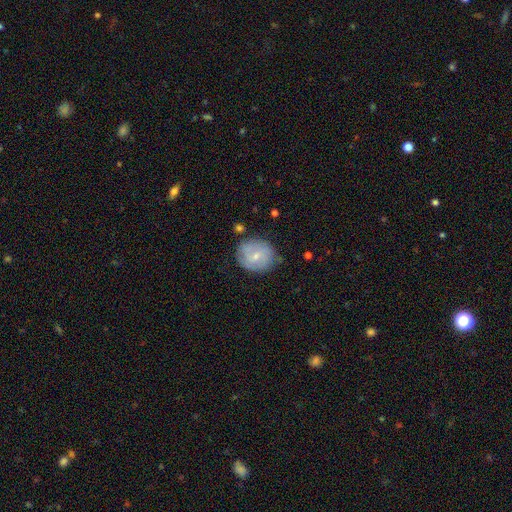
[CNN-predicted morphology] Smooth or featured?
  - smooth: 47% *
  - featured or disk: 46%
  - star or artifact: 7%
Merging?
  - none: 70% *
  - minor disturbance: 22%
  - major disturbance: 5%
  - merger: 3%